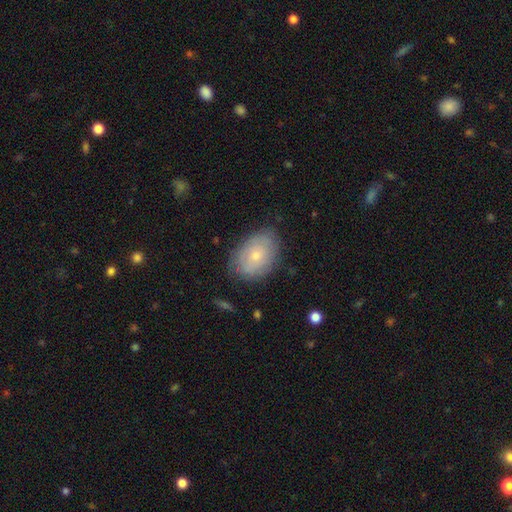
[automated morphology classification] Overall: smooth (56%; featured or disk 37%). How rounded: in between (82%). Merging: none (75%).